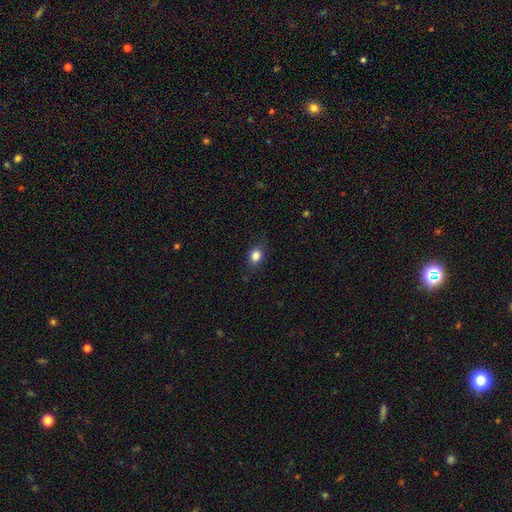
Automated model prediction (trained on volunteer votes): The model was most divided on "how rounded": in between: 55%, round: 43%, cigar-shaped: 2%. More confident: smooth or featured — smooth (84%); merging — none (82%).